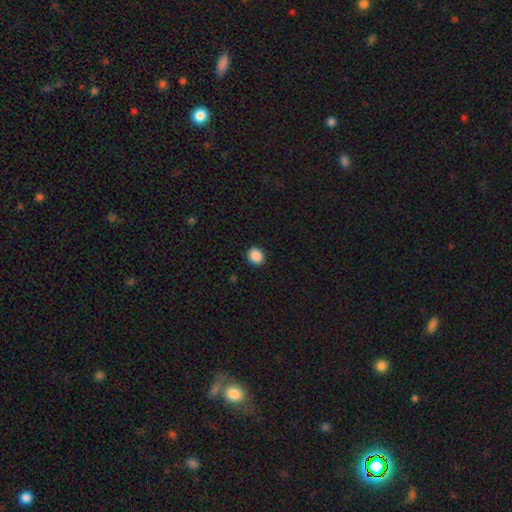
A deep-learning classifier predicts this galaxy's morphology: Q: Smooth or featured?
A: smooth (89%); runner-up: star or artifact (9%)
Q: How rounded?
A: round (75%); runner-up: in between (24%)
Q: Merging?
A: none (92%); runner-up: minor disturbance (6%)